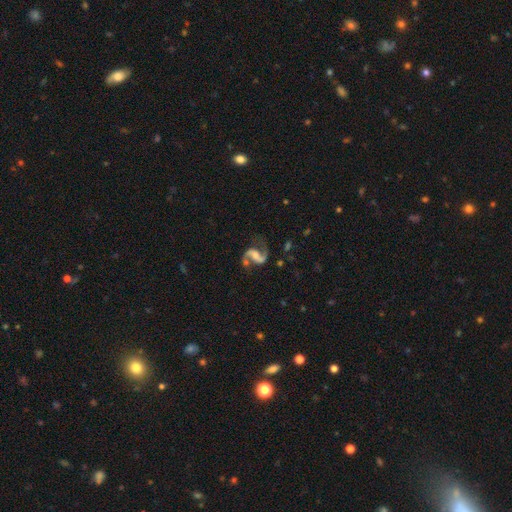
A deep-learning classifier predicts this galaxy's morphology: type=featured or disk (91%); edge-on=no (98%); bar=weak (42%); spiral arms=yes (97%); winding=loose (53%); arm count=2 (93%); bulge=moderate (41%); merging=none (69%).